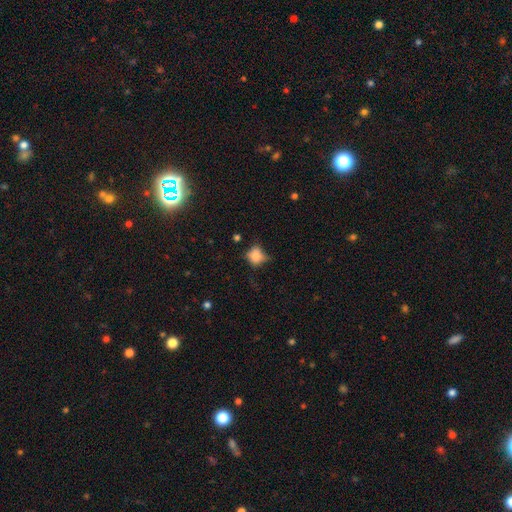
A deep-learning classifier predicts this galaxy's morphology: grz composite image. It shows a smooth galaxy with no disk features (75%) that is round (66%). Merging: none (48%).